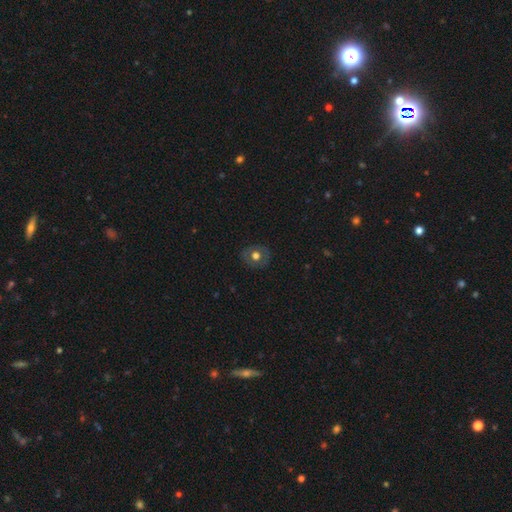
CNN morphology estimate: A smooth galaxy with no disk features (58%) that is round (77%). Merging: none (86%).